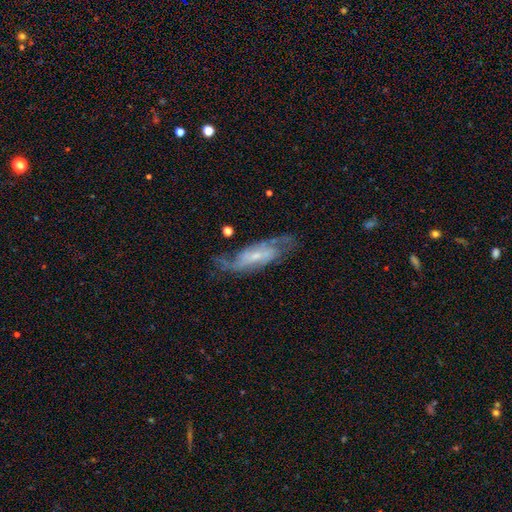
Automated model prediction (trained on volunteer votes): smooth_or_featured: featured or disk (p=0.78) [alt: smooth p=0.15]
disk_edge_on: no (p=0.85) [alt: yes p=0.15]
bar: no (p=0.42) [alt: weak p=0.40]
has_spiral_arms: yes (p=0.92) [alt: no p=0.08]
spiral_winding: medium (p=0.46) [alt: tight p=0.29]
spiral_arm_count: 2 (p=0.66) [alt: can't tell p=0.19]
bulge_size: small (p=0.65) [alt: moderate p=0.24]
merging: none (p=0.67) [alt: minor disturbance p=0.20]